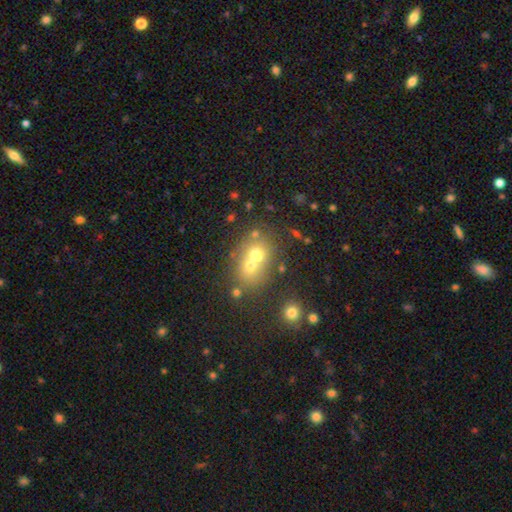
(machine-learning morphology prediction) Smooth or featured? Predicted: smooth (p=0.61). How rounded? Predicted: round (p=0.64). Merging? Predicted: merger (p=0.56).